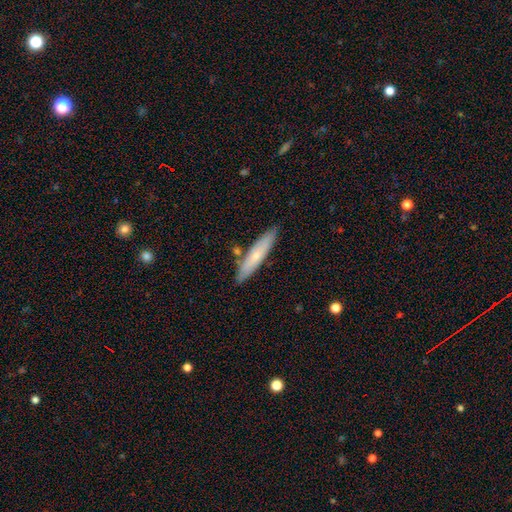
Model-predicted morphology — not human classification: smooth_or_featured: smooth (p=0.63) [alt: featured or disk p=0.31]
how_rounded: cigar-shaped (p=0.85) [alt: in between p=0.13]
merging: none (p=0.84) [alt: minor disturbance p=0.10]